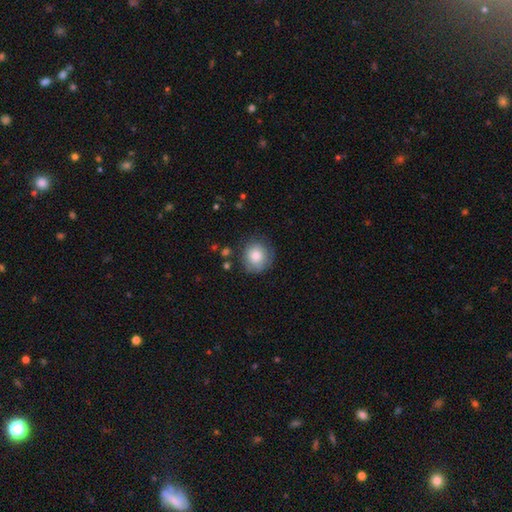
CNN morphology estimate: Smooth or featured?
  - smooth: 81% *
  - featured or disk: 11%
  - star or artifact: 8%
How rounded?
  - round: 90% *
  - in between: 9%
  - cigar-shaped: 1%
Merging?
  - none: 77% *
  - minor disturbance: 16%
  - major disturbance: 5%
  - merger: 2%